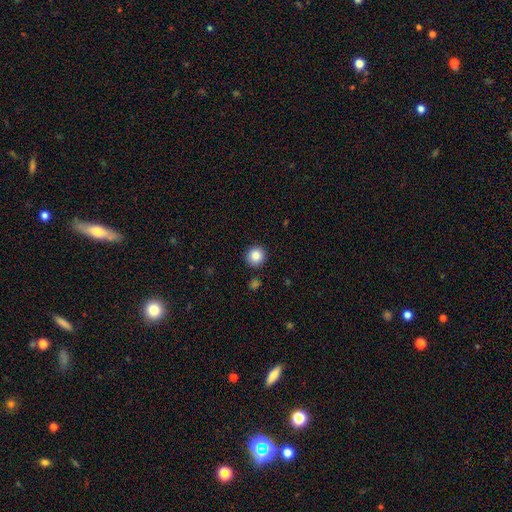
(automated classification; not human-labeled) Smooth or featured? Predicted: smooth (p=0.86). How rounded? Predicted: round (p=0.93). Merging? Predicted: none (p=0.90).